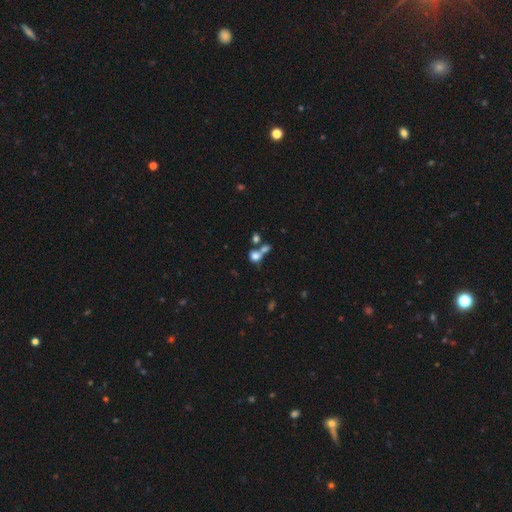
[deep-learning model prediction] This is likely a smooth galaxy (72%). How rounded: likely round (66%). Merging: possibly merger (49%).